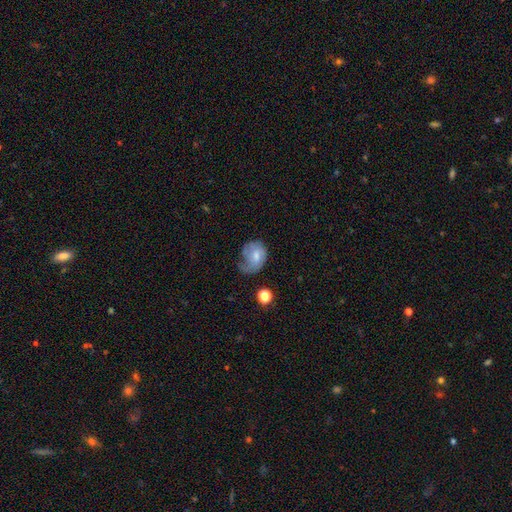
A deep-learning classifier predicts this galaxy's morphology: type=smooth (51%); roundness=in between (53%); merging=minor disturbance (34%).